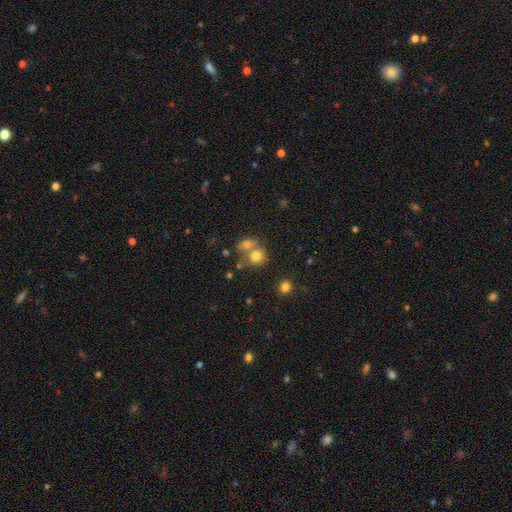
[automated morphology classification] Smooth or featured: smooth — 75% (featured or disk — 13%)
How rounded: round — 75% (in between — 24%)
Merging: merger — 47% (none — 38%)